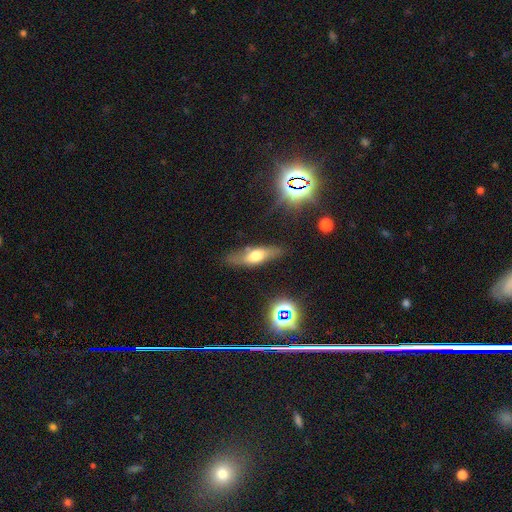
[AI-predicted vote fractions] Smooth or featured? Predicted: smooth (p=0.50). Merging? Predicted: none (p=0.75).